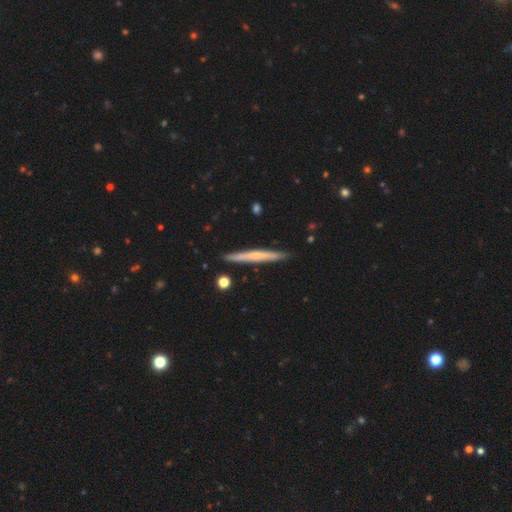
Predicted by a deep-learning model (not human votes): Morphology: type=featured or disk (49%); merging=none (89%).